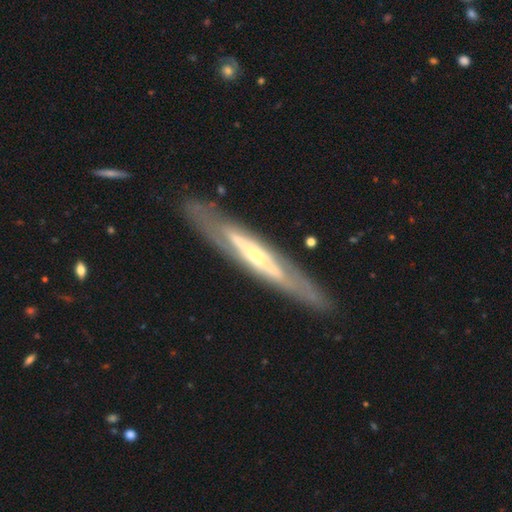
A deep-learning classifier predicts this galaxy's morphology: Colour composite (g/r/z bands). It shows a featured or disk galaxy (76%) viewed edge-on (59%). Merging: none (84%).